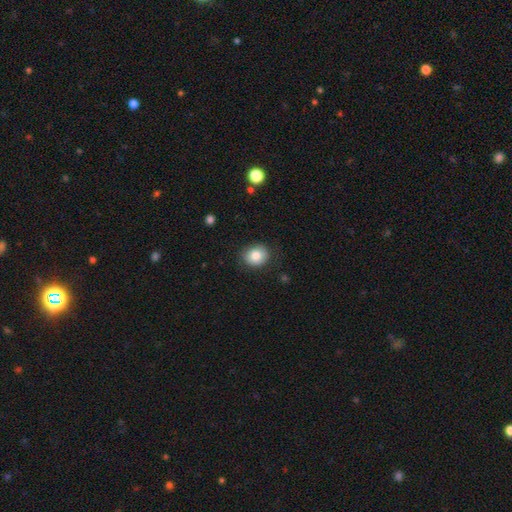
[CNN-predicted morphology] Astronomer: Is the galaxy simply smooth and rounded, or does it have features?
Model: smooth — 83%.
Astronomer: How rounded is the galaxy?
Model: round — 69%.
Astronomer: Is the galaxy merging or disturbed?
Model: none — 83%.